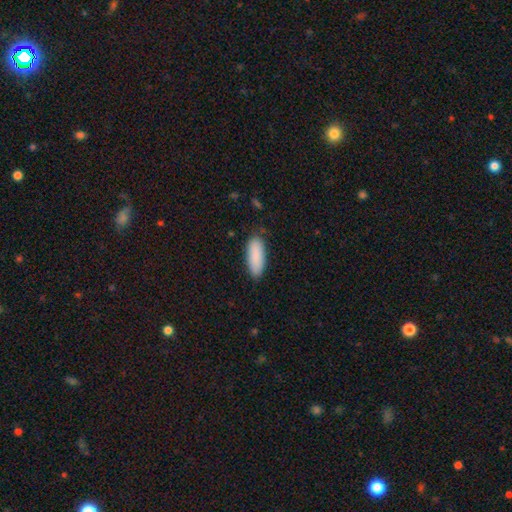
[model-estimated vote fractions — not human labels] A smooth galaxy with no disk features (89%) that is in between round and cigar-shaped (74%).

Vote fractions:
- Smooth or featured? smooth: 89% / star or artifact: 6% / featured or disk: 5%
- How rounded? in between: 74% / cigar-shaped: 24% / round: 2%
- Merging? none: 81% / minor disturbance: 15% / major disturbance: 3% / merger: 1%